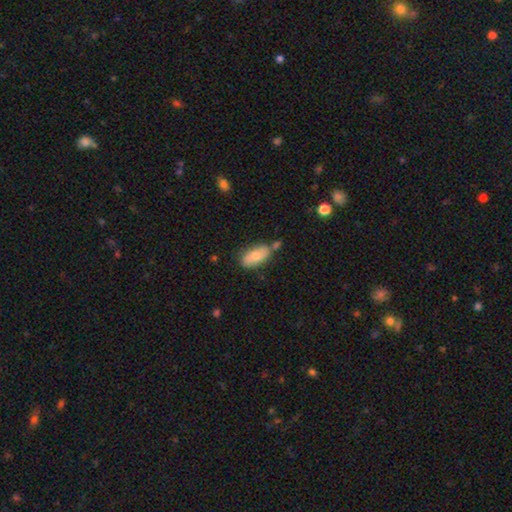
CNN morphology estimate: type=smooth (66%); roundness=in between (89%); merging=none (62%).